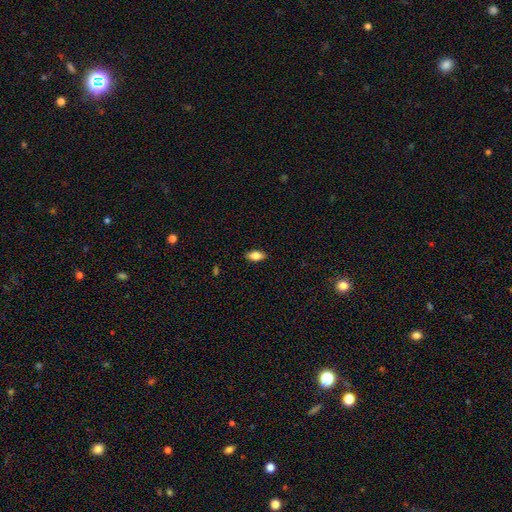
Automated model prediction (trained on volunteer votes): This is likely a smooth galaxy (71%). How rounded: clearly in between (82%). Merging: clearly none (88%).